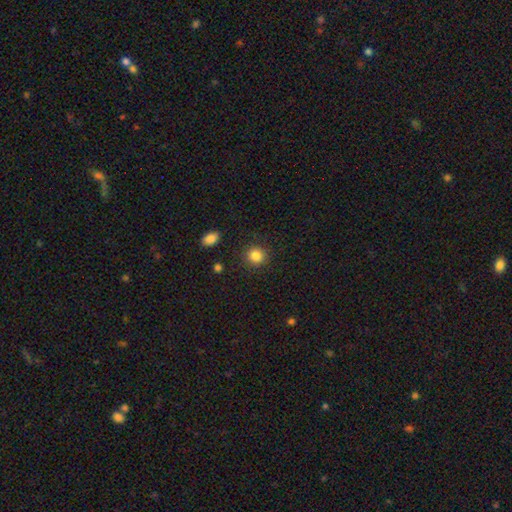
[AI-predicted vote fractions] Smooth or featured? smooth (85%)
How rounded? round (88%)
Merging? none (89%)